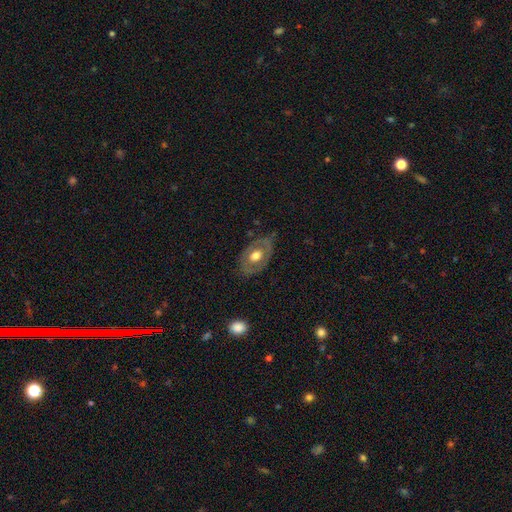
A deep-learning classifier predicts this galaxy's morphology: This is possibly a featured or disk galaxy (51%). It is clearly not viewed edge-on (91%). Merging: likely none (72%).